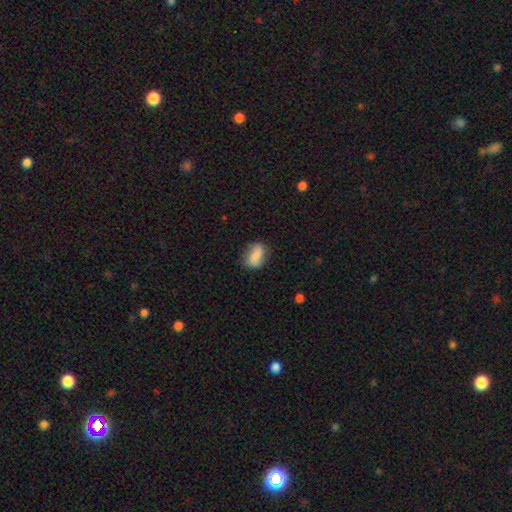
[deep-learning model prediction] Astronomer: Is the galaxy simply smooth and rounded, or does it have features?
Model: smooth — 69%.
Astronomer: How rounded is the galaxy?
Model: in between — 79%.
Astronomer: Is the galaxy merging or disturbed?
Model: none — 71%.